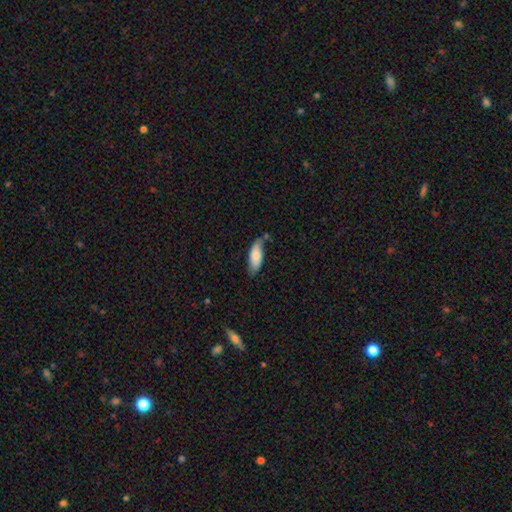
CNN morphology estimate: Smooth or featured: smooth — 76% (featured or disk — 18%)
How rounded: in between — 71% (cigar-shaped — 27%)
Merging: none — 56% (minor disturbance — 30%)